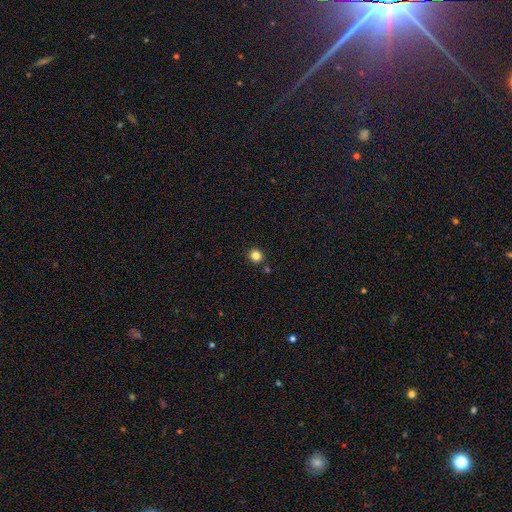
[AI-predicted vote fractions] A smooth galaxy with no disk features (82%) that is round (89%).

Vote fractions:
- Smooth or featured? smooth: 82% / star or artifact: 13% / featured or disk: 5%
- How rounded? round: 89% / in between: 10% / cigar-shaped: 1%
- Merging? none: 86% / minor disturbance: 7% / merger: 5% / major disturbance: 2%